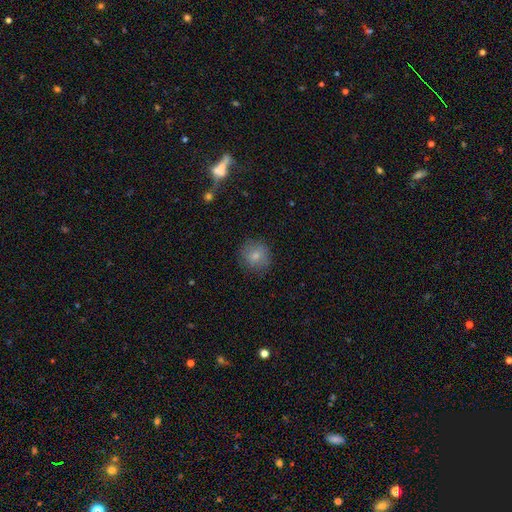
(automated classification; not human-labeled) A smooth galaxy with no disk features (81%) that is round (88%).

Vote fractions:
- Smooth or featured? smooth: 81% / featured or disk: 10% / star or artifact: 9%
- How rounded? round: 88% / in between: 11% / cigar-shaped: 1%
- Merging? none: 85% / minor disturbance: 11% / major disturbance: 3% / merger: 1%